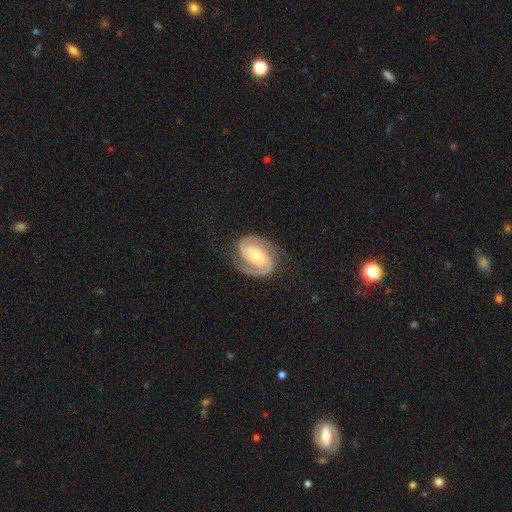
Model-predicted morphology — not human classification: featured or disk 91%, smooth 5%, star or artifact 4%. Down the decision tree: edge-on disk — no (98%); bar — no (56%); spiral arms — yes (98%); spiral arm count — 2 (92%); spiral winding — tight (57%); bulge size — small (50%); merging — none (79%).